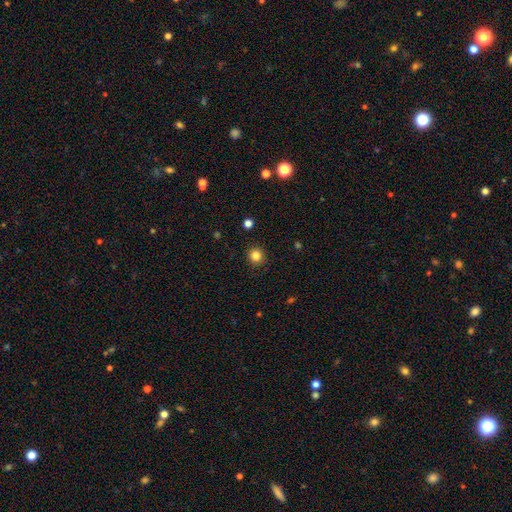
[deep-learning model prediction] Morphology: type=smooth (83%); roundness=round (91%); merging=none (91%).